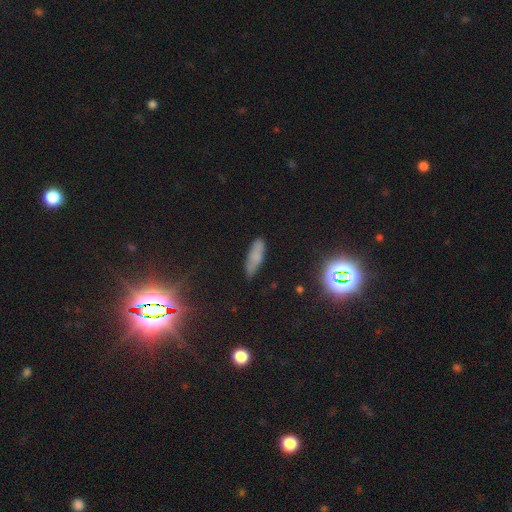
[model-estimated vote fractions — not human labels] Q: Smooth or featured?
A: smooth (65%); runner-up: featured or disk (18%)
Q: How rounded?
A: in between (50%); runner-up: cigar-shaped (46%)
Q: Merging?
A: none (72%); runner-up: minor disturbance (20%)